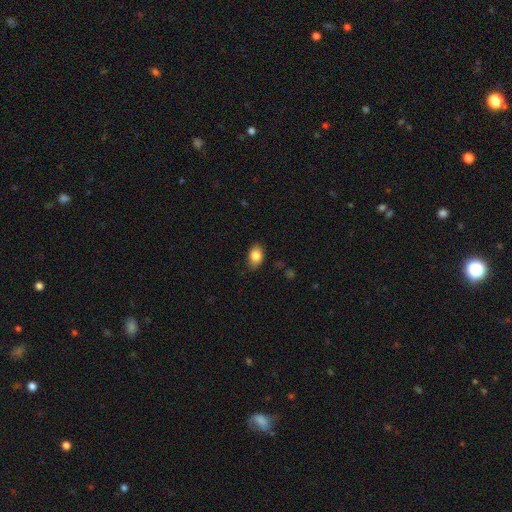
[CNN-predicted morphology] Smooth or featured? smooth (84%)
How rounded? in between (82%)
Merging? none (82%)